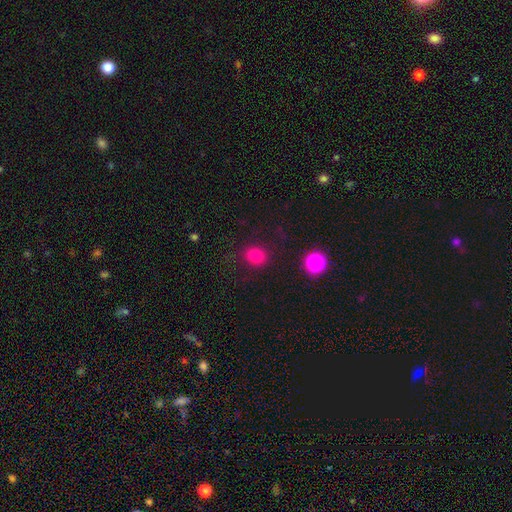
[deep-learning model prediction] A smooth galaxy with no disk features (80%) that is round (64%). Merging: none (83%).